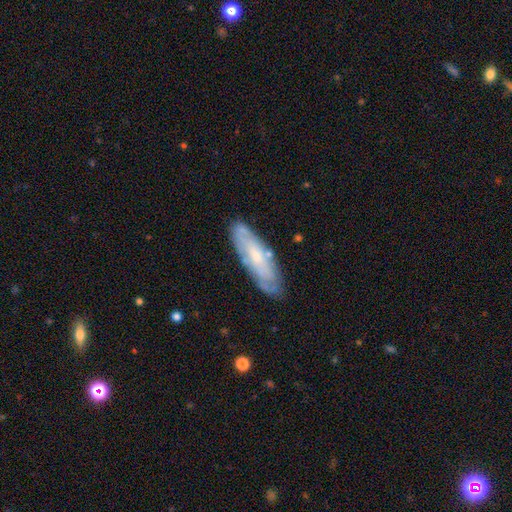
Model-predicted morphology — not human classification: Smooth or featured? featured or disk (54%)
Edge-on disk? no (72%)
Merging? none (79%)